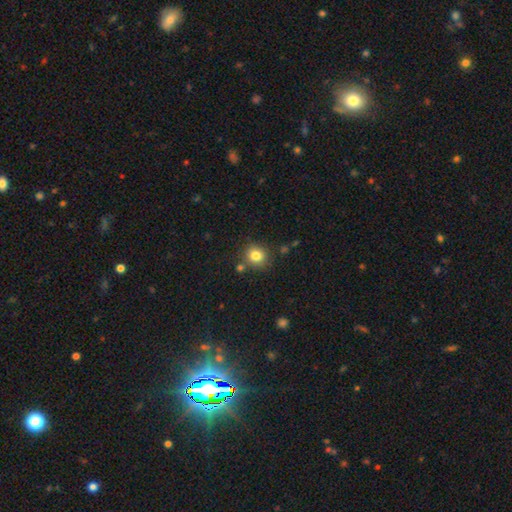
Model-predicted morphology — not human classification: This is clearly a smooth galaxy (81%). How rounded: clearly round (85%). Merging: likely none (80%).